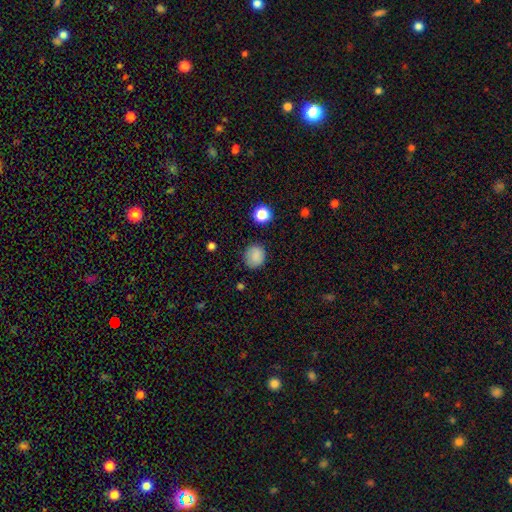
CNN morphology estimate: A smooth galaxy with no disk features (86%) that is round (85%). Merging: none (83%).